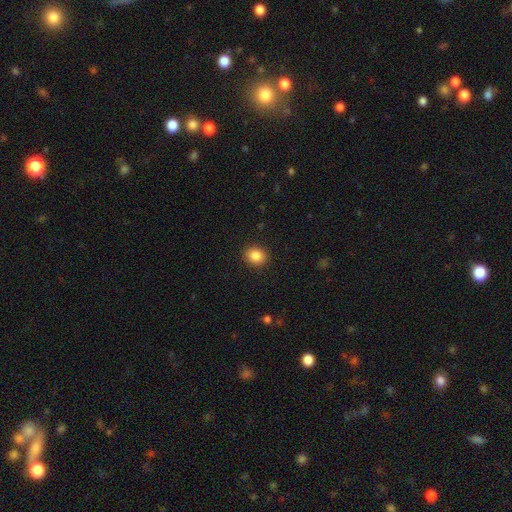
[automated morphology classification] Smooth or featured: smooth — 86% (star or artifact — 10%)
How rounded: round — 67% (in between — 32%)
Merging: none — 91% (minor disturbance — 6%)